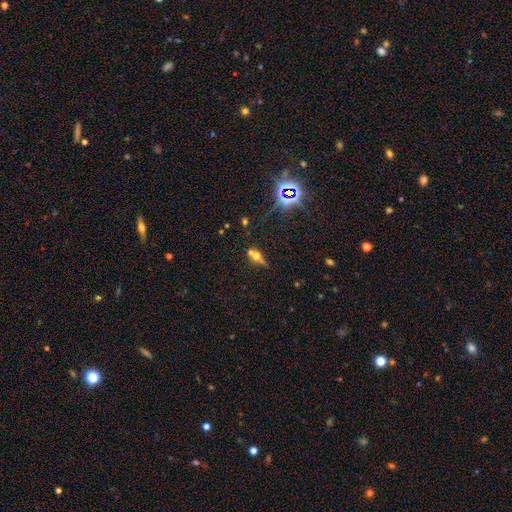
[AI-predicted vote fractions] Smooth or featured? smooth (42%)
Merging? none (38%, tied with merger)